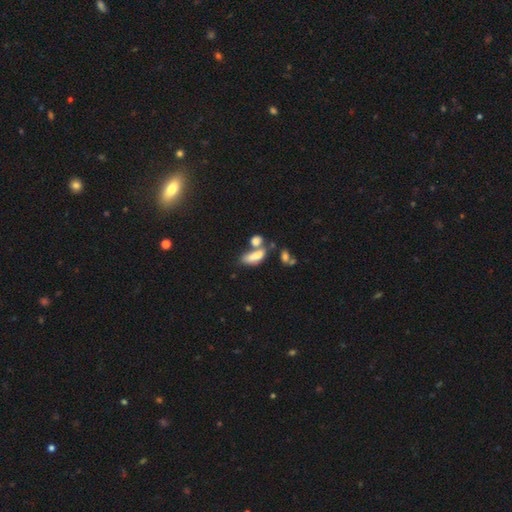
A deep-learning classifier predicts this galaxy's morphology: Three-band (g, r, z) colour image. It shows a smooth galaxy with no disk features (75%) that is in between round and cigar-shaped (73%). Merging: merger (46%).